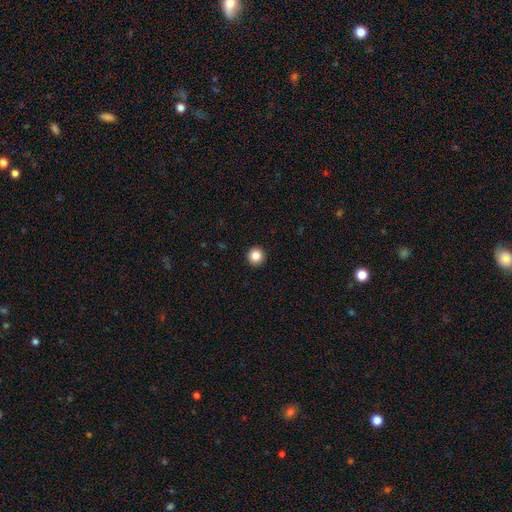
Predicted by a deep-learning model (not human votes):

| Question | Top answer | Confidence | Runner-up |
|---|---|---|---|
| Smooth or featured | smooth | 85% | star or artifact (10%) |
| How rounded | round | 96% | in between (3%) |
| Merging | none | 94% | minor disturbance (4%) |